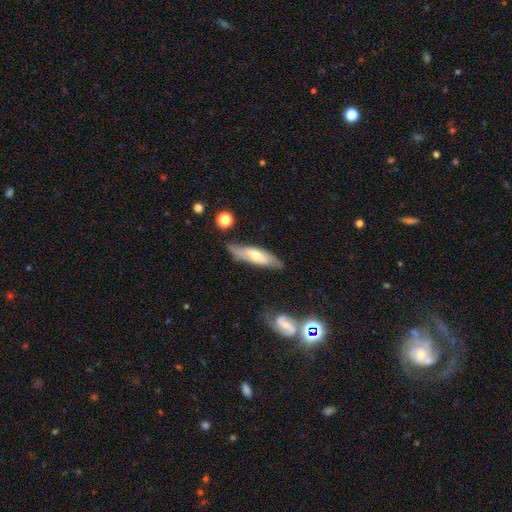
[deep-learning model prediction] smooth-or-featured: featured or disk: 50% | smooth: 44% | star or artifact: 6%
  merging: none: 74% | minor disturbance: 18% | major disturbance: 5% | merger: 3%